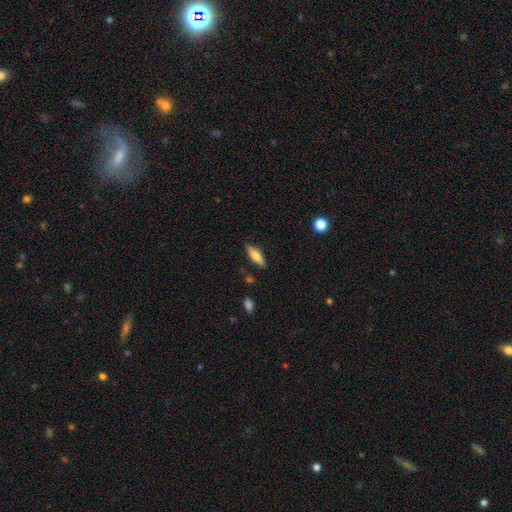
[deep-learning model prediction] Q: Smooth or featured?
A: smooth (64%); runner-up: featured or disk (30%)
Q: How rounded?
A: cigar-shaped (55%); runner-up: in between (43%)
Q: Merging?
A: none (85%); runner-up: minor disturbance (11%)